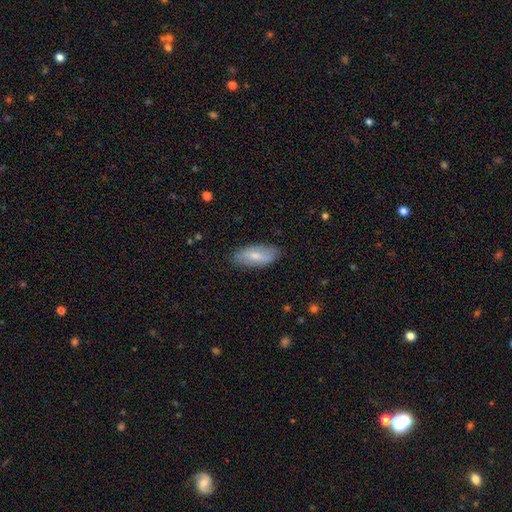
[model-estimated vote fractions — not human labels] A smooth galaxy with no disk features (67%) that is in between round and cigar-shaped (85%).

Vote fractions:
- Smooth or featured? smooth: 67% / featured or disk: 27% / star or artifact: 6%
- How rounded? in between: 85% / cigar-shaped: 13% / round: 2%
- Merging? none: 84% / minor disturbance: 12% / major disturbance: 3% / merger: 1%